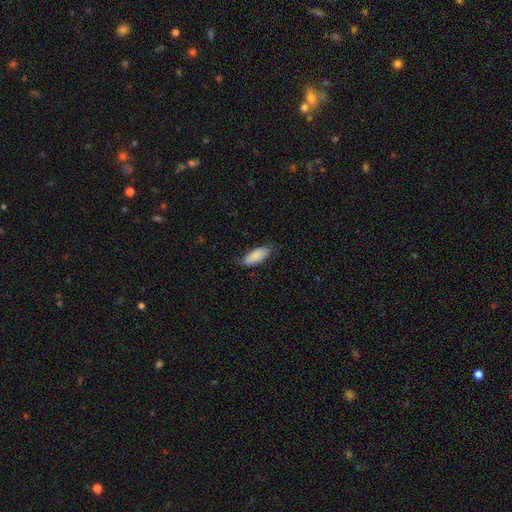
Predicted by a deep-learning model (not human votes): Smooth or featured: smooth — 85% (featured or disk — 9%)
How rounded: in between — 84% (cigar-shaped — 15%)
Merging: none — 72% (minor disturbance — 23%)